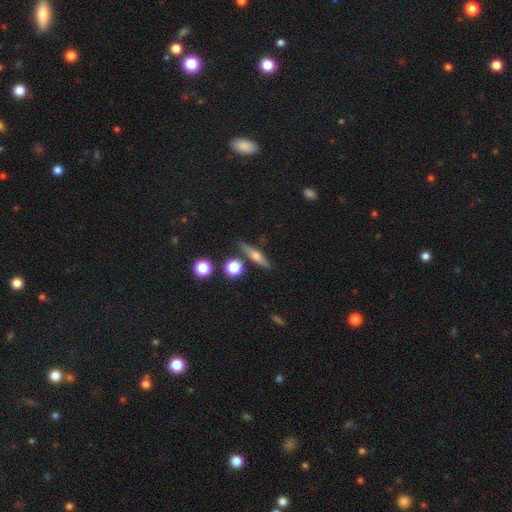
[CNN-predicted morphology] Smooth or featured? Predicted: featured or disk (p=0.47). Merging? Predicted: none (p=0.84).